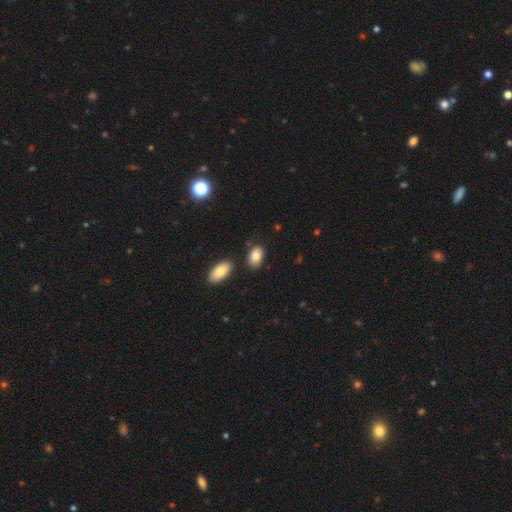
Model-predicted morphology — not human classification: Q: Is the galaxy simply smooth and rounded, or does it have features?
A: smooth — 83%.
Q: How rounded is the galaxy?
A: in between — 90%.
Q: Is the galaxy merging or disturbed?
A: none — 77%.